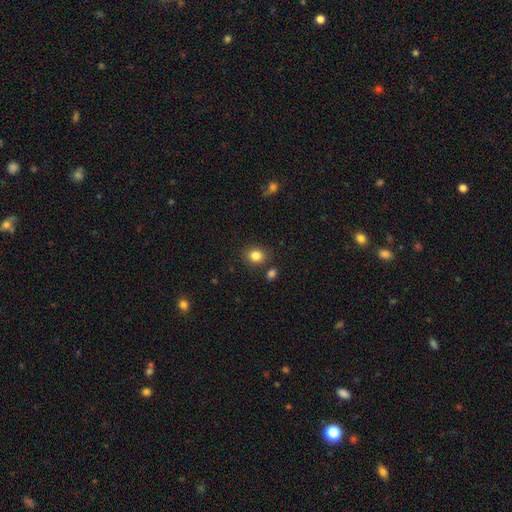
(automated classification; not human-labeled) Overall: smooth (84%). How rounded: round (67%; in between 32%). Merging: none (80%).